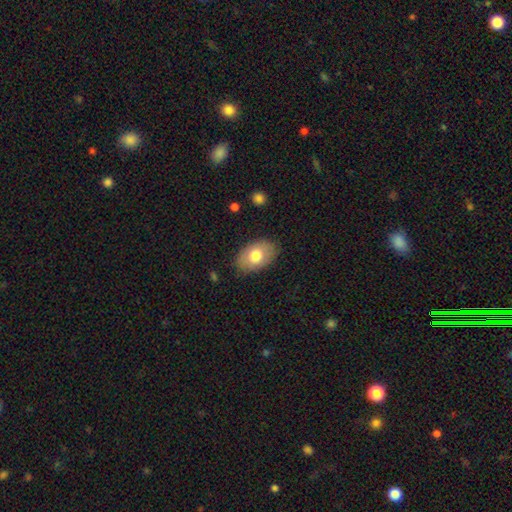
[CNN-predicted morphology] This appears to be a smooth galaxy with no disk features (74%) that is in between round and cigar-shaped (89%). Merging: none (84%).